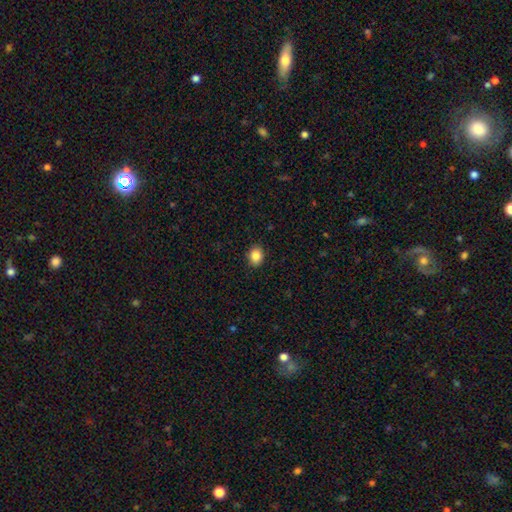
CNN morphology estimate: smooth-or-featured: smooth: 86% | star or artifact: 9% | featured or disk: 4%
  how-rounded: in between: 51% | round: 48% | cigar-shaped: 1%
  merging: none: 89% | minor disturbance: 8% | major disturbance: 2% | merger: 1%